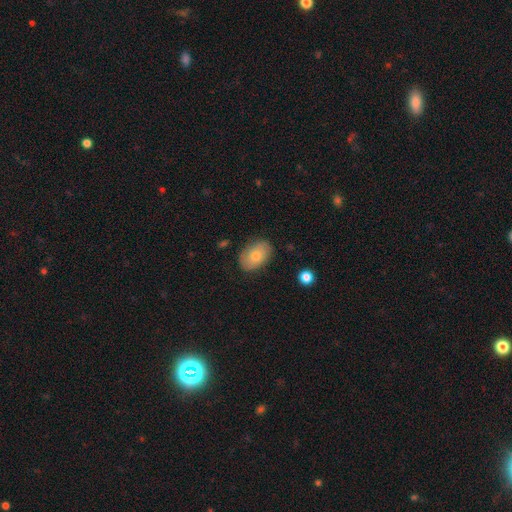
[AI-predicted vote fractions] Overall: smooth (75%). How rounded: in between (87%). Merging: none (83%).